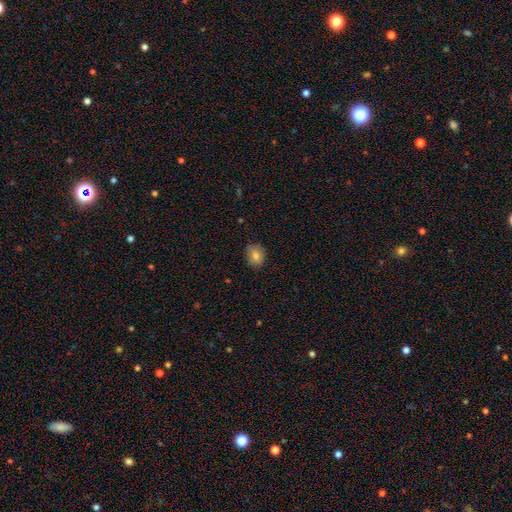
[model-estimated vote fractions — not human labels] Smooth or featured? smooth (78%)
How rounded? round (67%)
Merging? none (79%)